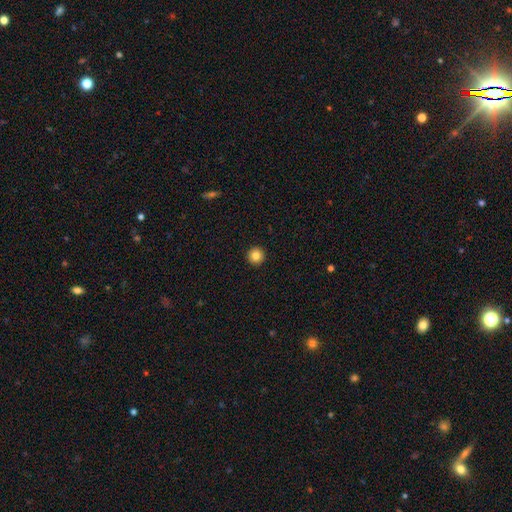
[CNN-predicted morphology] A smooth galaxy with no disk features (84%) that is round (96%). Merging: none (94%).